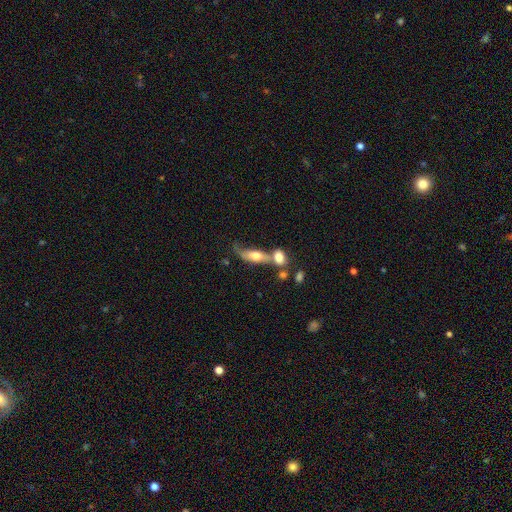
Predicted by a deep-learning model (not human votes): Smooth or featured? Predicted: smooth (p=0.58). How rounded? Predicted: in between (p=0.63). Merging? Predicted: merger (p=0.53).